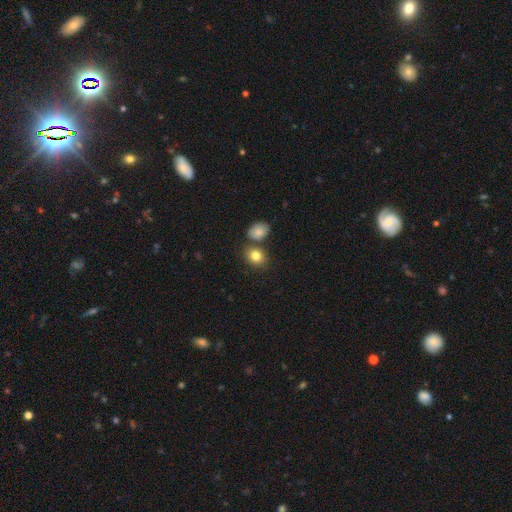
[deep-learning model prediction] Smooth or featured?
  - smooth: 83% *
  - star or artifact: 9%
  - featured or disk: 8%
How rounded?
  - in between: 55% *
  - round: 44%
  - cigar-shaped: 1%
Merging?
  - none: 64% *
  - merger: 22%
  - minor disturbance: 11%
  - major disturbance: 3%